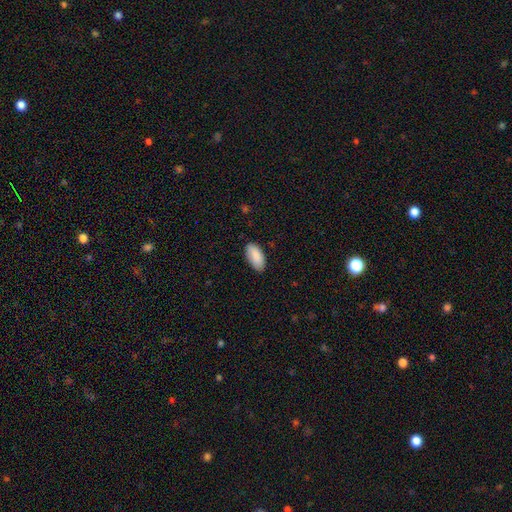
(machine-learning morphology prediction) smooth_or_featured: smooth (p=0.89) [alt: star or artifact p=0.06]
how_rounded: in between (p=0.93) [alt: cigar-shaped p=0.05]
merging: none (p=0.85) [alt: minor disturbance p=0.12]